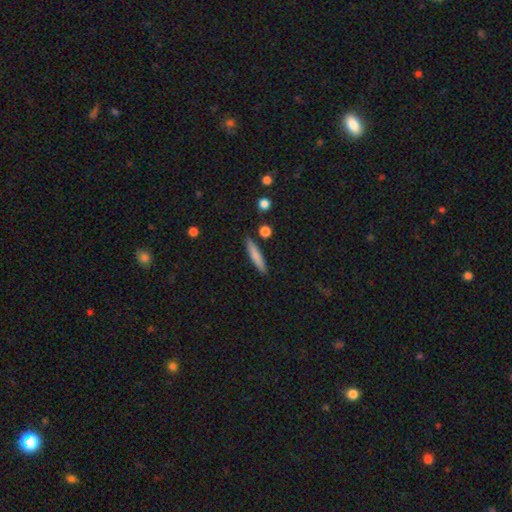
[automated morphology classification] This is likely a smooth galaxy (78%). How rounded: clearly cigar-shaped (90%). Merging: clearly none (87%).